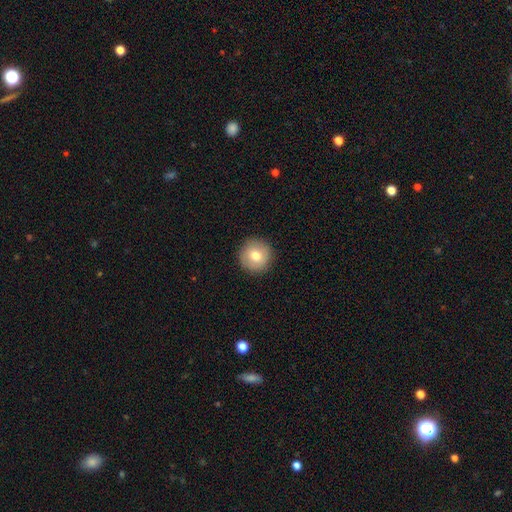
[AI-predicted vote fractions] Smooth or featured: smooth — 76% (featured or disk — 16%)
How rounded: round — 95% (in between — 4%)
Merging: none — 92% (minor disturbance — 6%)